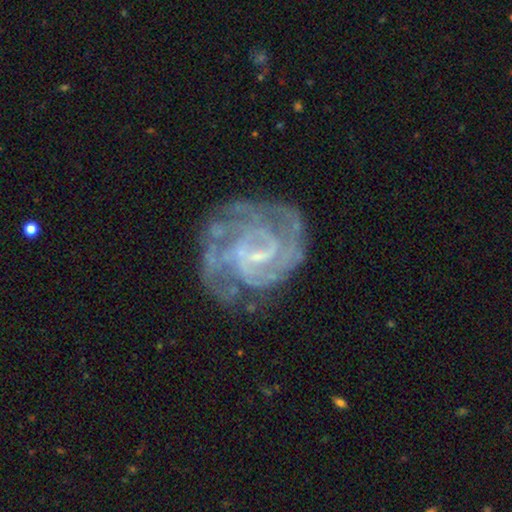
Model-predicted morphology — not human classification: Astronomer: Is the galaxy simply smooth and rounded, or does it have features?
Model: featured or disk — 87%.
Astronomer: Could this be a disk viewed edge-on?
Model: no — 98%.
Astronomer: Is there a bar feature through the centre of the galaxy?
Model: weak — 56%.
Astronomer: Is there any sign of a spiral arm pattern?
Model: yes — 93%.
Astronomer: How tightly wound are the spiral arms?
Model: tight — 58% (runner-up: medium, 34%).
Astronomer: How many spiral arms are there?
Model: can't tell — 31% (runner-up: 2, 23%).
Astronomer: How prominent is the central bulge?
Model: small — 62%.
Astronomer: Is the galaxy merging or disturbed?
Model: none — 63%.